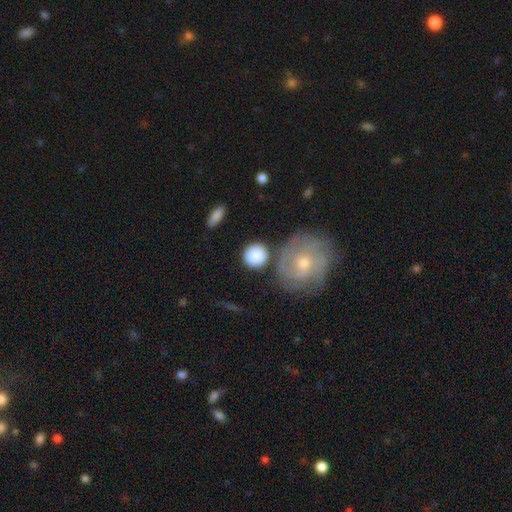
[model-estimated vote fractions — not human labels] Smooth or featured?
  - smooth: 81% *
  - featured or disk: 13%
  - star or artifact: 6%
How rounded?
  - round: 90% *
  - in between: 9%
  - cigar-shaped: 1%
Merging?
  - none: 71% *
  - minor disturbance: 14%
  - merger: 10%
  - major disturbance: 6%